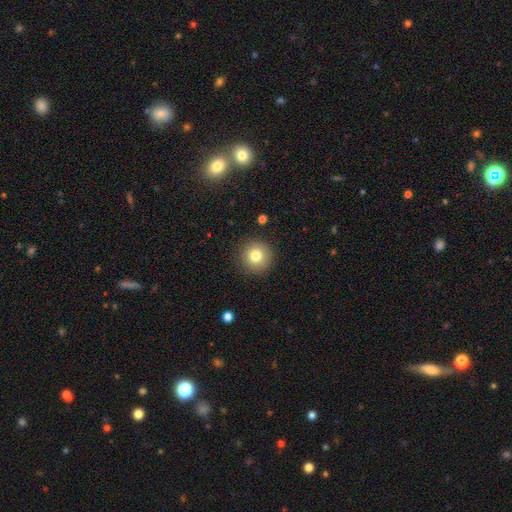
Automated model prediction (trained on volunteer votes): This appears to be a smooth galaxy with no disk features (79%) that is round (95%). Merging: none (90%).